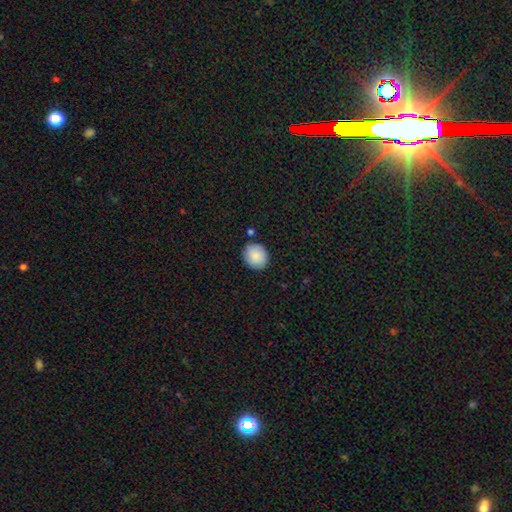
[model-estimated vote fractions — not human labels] A smooth galaxy with no disk features (87%) that is round (74%). Merging: none (84%).